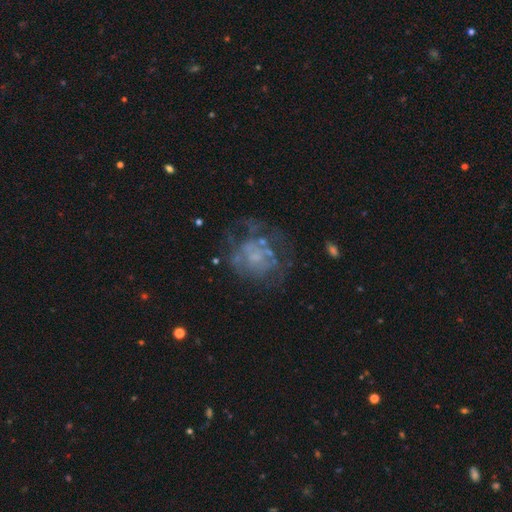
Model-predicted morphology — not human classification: The model was most divided on "bulge size": none: 47%, small: 31%, moderate: 17%, large: 4%, dominant: 1%. Remaining: edge-on disk — no (98%); bar — no (88%); spiral arms — no (69%); smooth or featured — featured or disk (62%); merging — none (50%).